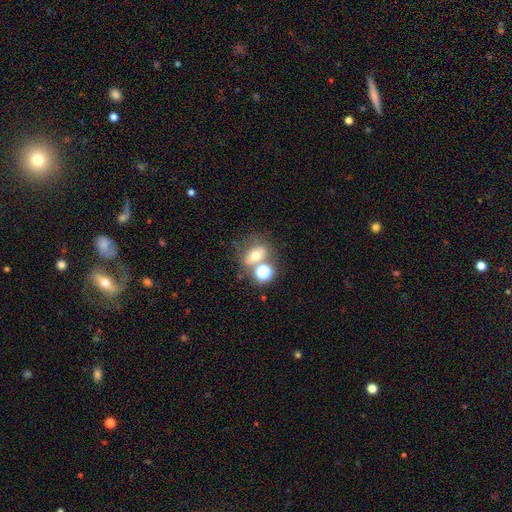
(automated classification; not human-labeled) The model was most divided on "how rounded": in between: 54%, round: 44%, cigar-shaped: 2%. Remaining: smooth or featured — smooth (60%); merging — none (46%).